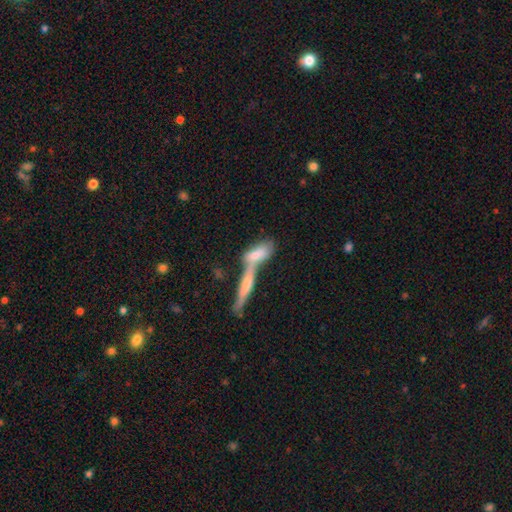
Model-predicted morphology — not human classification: A smooth galaxy with no disk features (54%) that is cigar-shaped (51%). Merging: merger (55%).